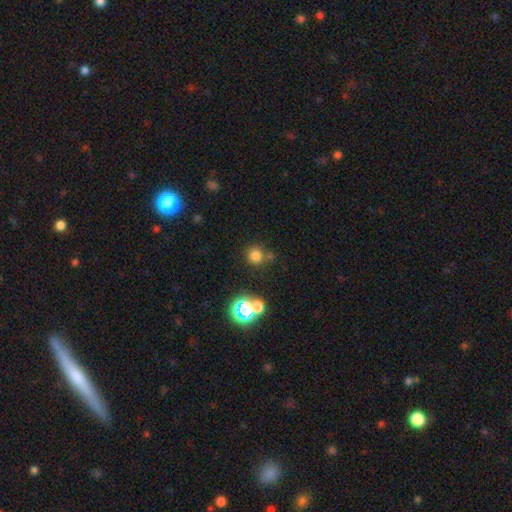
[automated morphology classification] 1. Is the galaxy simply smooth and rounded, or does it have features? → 74% smooth, 19% star or artifact, 6% featured or disk.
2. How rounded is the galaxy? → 92% round, 7% in between, 1% cigar-shaped.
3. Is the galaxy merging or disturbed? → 74% none, 11% minor disturbance, 11% merger, 4% major disturbance.